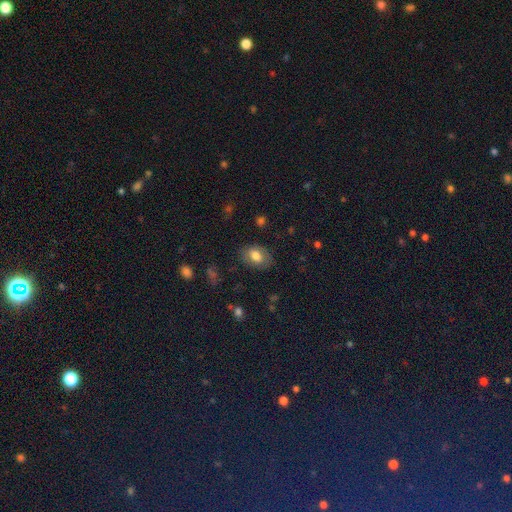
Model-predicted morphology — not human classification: Smooth or featured?
  - smooth: 74% *
  - featured or disk: 18%
  - star or artifact: 8%
How rounded?
  - in between: 80% *
  - round: 19%
  - cigar-shaped: 1%
Merging?
  - none: 78% *
  - minor disturbance: 16%
  - major disturbance: 5%
  - merger: 1%